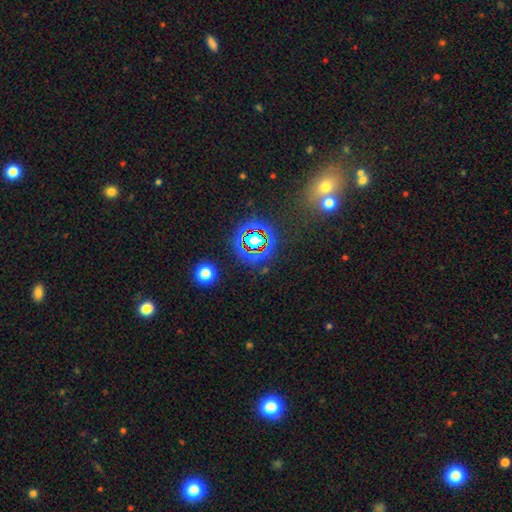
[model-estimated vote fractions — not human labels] Overall: star or artifact (63%; smooth 24%).